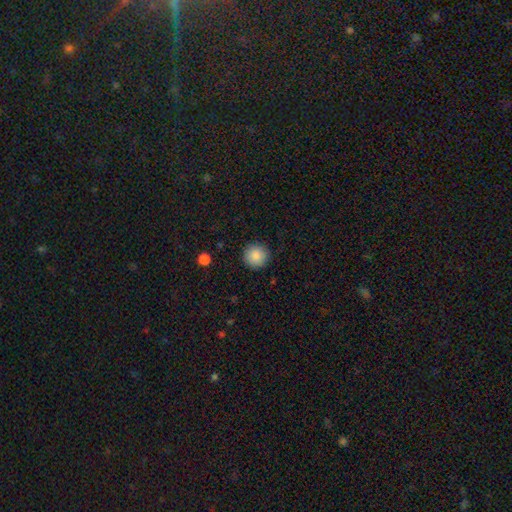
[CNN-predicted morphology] smooth-or-featured: smooth: 88% | star or artifact: 8% | featured or disk: 4%
  how-rounded: round: 95% | in between: 4% | cigar-shaped: 1%
  merging: none: 91% | minor disturbance: 6% | major disturbance: 2% | merger: 1%